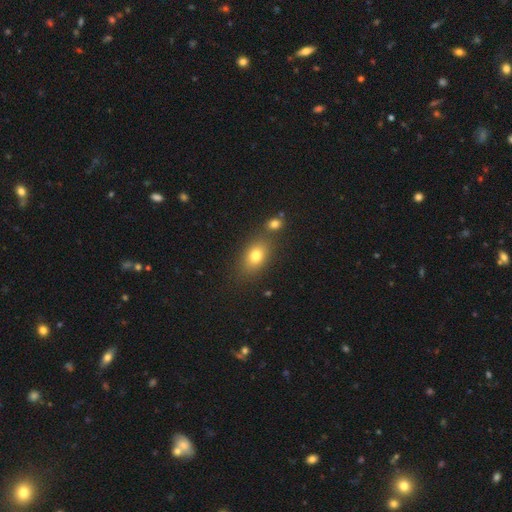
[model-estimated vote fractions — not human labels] Morphology: type=smooth (77%); roundness=in between (79%); merging=none (70%).